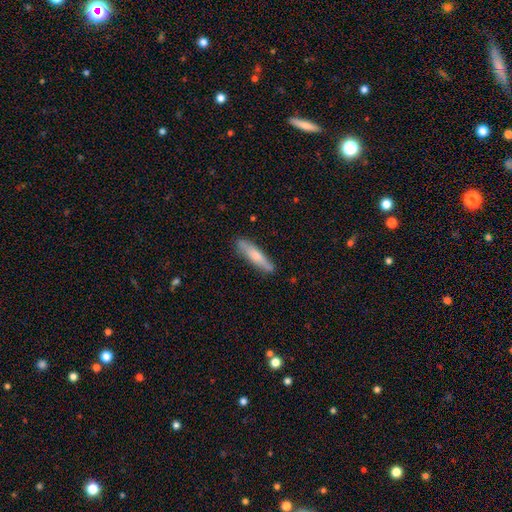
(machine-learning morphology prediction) This appears to be a smooth galaxy with no disk features (68%) that is cigar-shaped (84%). Merging: none (83%).